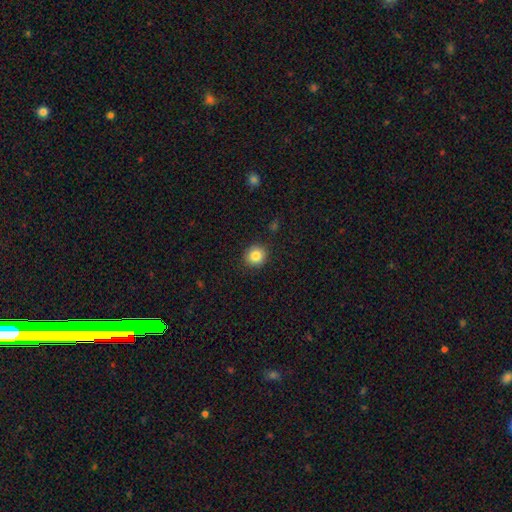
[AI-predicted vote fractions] Overall: smooth (84%). How rounded: round (88%). Merging: none (90%).